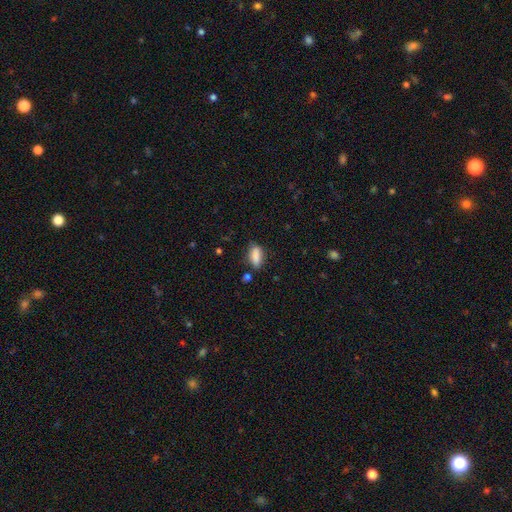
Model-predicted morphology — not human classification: smooth-or-featured: smooth: 86% | star or artifact: 8% | featured or disk: 6%
  how-rounded: in between: 80% | cigar-shaped: 17% | round: 3%
  merging: none: 71% | minor disturbance: 20% | major disturbance: 5% | merger: 4%